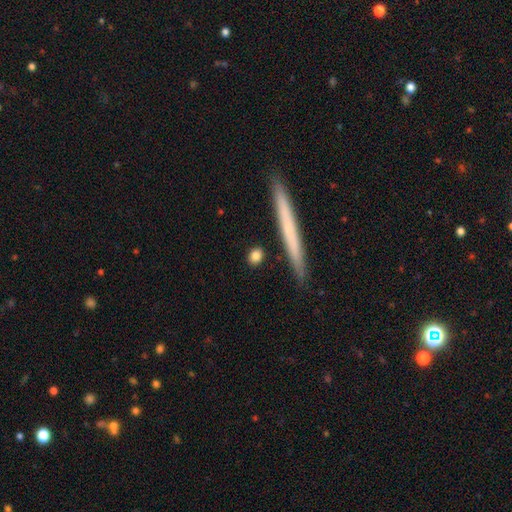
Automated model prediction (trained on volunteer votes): This is clearly a smooth galaxy (81%). How rounded: possibly round (48%). Merging: clearly none (87%).